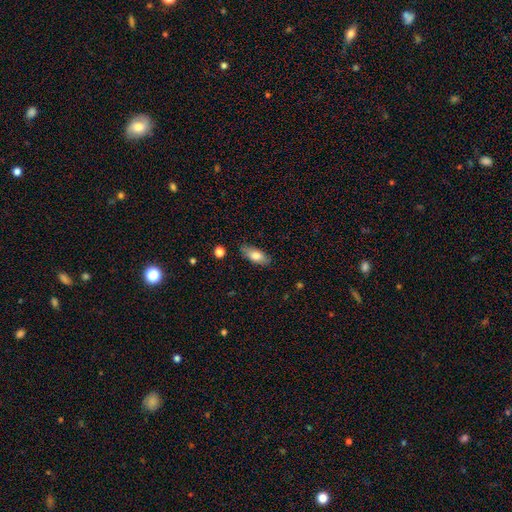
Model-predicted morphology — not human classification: smooth_or_featured: smooth (p=0.77) [alt: featured or disk p=0.16]
how_rounded: in between (p=0.81) [alt: cigar-shaped p=0.16]
merging: none (p=0.80) [alt: minor disturbance p=0.16]